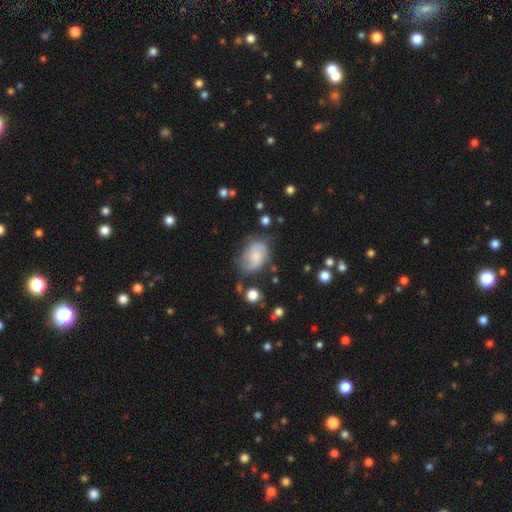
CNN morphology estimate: featured or disk 46% (tied), smooth 46% (tied), star or artifact 8%. Down the decision tree: merging — none (59%).